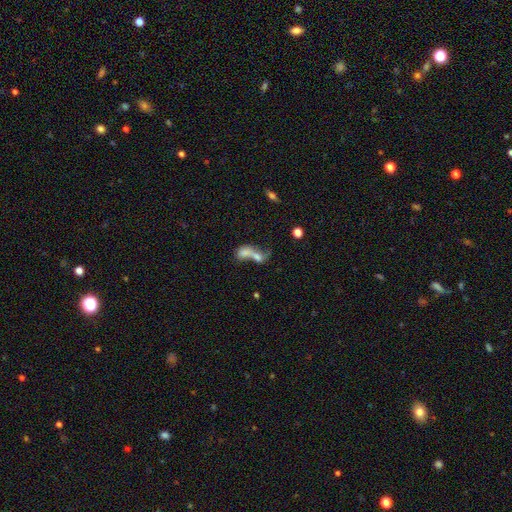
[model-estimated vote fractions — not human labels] Morphology: type=smooth (57%); roundness=in between (63%); merging=merger (71%).